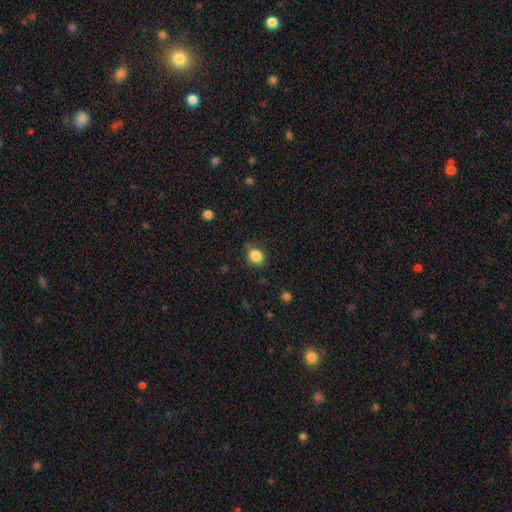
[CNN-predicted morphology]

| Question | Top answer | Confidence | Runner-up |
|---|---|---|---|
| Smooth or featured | smooth | 86% | star or artifact (10%) |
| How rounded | in between | 50% | round (49%) |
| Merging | none | 71% | minor disturbance (22%) |